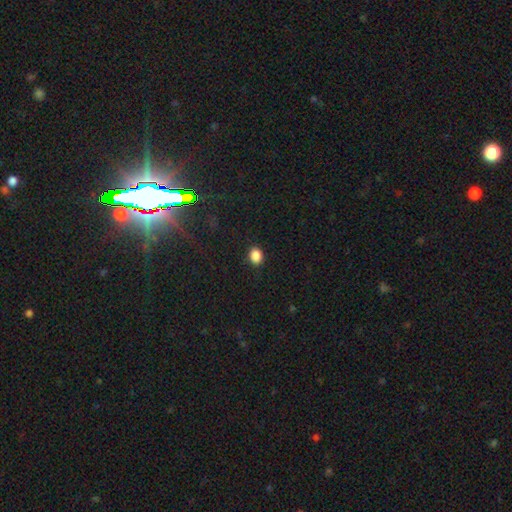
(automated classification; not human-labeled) Smooth or featured? smooth (87%)
How rounded? in between (54%)
Merging? none (88%)